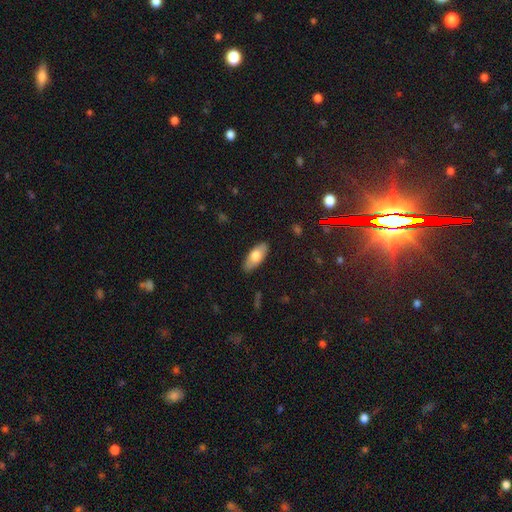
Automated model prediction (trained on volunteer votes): Q: Smooth or featured?
A: smooth (72%); runner-up: featured or disk (22%)
Q: How rounded?
A: in between (87%); runner-up: cigar-shaped (11%)
Q: Merging?
A: none (87%); runner-up: minor disturbance (10%)